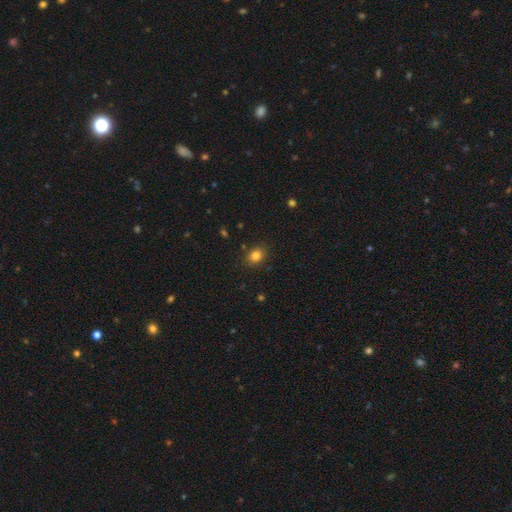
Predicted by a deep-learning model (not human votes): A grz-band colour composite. It shows a smooth galaxy with no disk features (82%) that is round (58%). Merging: none (86%).